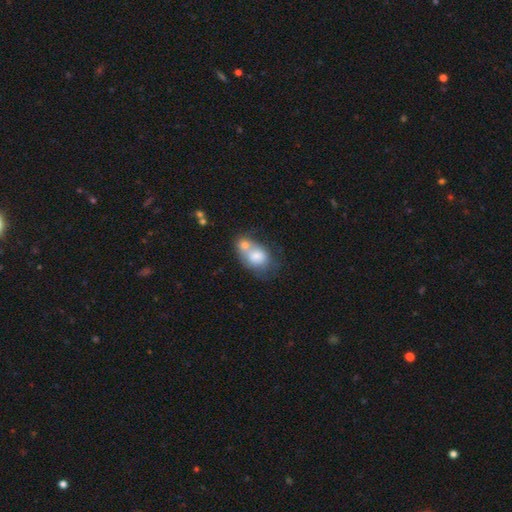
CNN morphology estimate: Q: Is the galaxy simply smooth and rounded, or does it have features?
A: smooth — 69%.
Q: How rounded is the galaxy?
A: in between — 71%.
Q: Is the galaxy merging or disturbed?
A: merger — 61%.